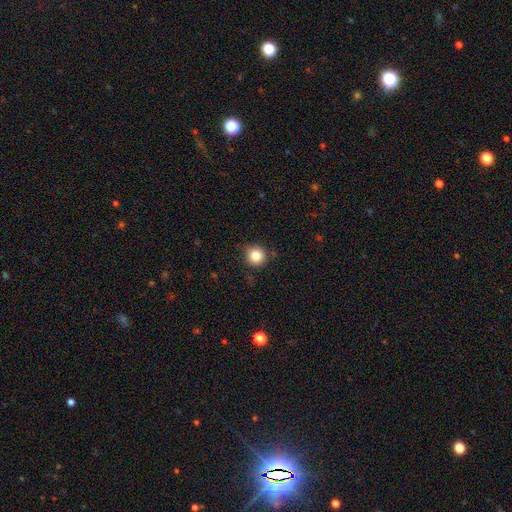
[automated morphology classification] Overall: smooth (84%). How rounded: round (92%). Merging: none (86%).